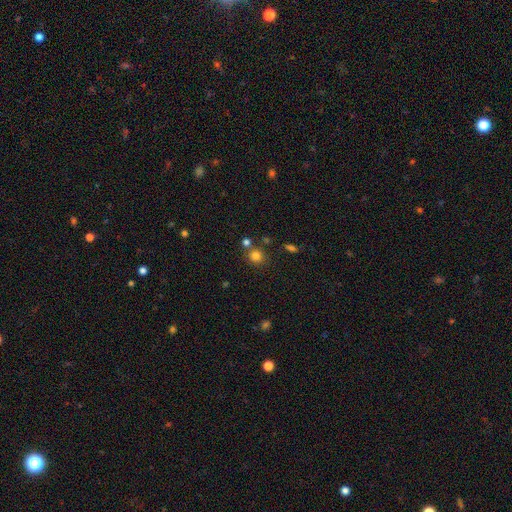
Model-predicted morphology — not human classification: Smooth or featured? smooth (80%)
How rounded? round (88%)
Merging? none (75%)